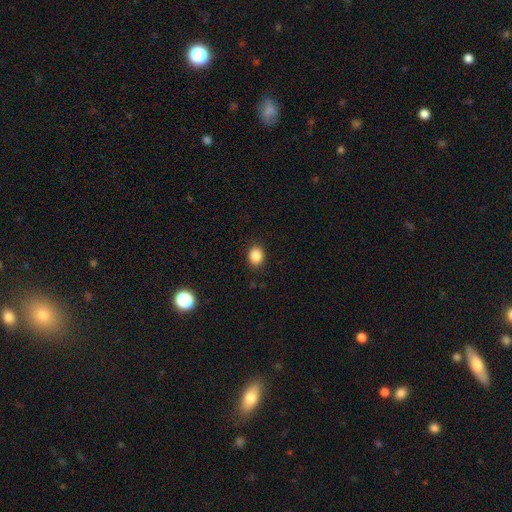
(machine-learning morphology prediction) Smooth or featured? Predicted: smooth (p=0.86). How rounded? Predicted: round (p=0.58). Merging? Predicted: none (p=0.89).